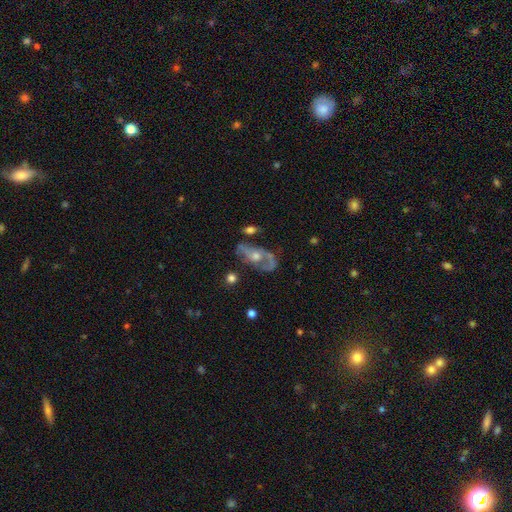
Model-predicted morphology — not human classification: Q: Smooth or featured?
A: featured or disk (76%); runner-up: smooth (16%)
Q: Edge-on disk?
A: no (92%); runner-up: yes (8%)
Q: Bar?
A: no (68%); runner-up: weak (23%)
Q: Spiral arms?
A: yes (70%); runner-up: no (30%)
Q: Bulge size?
A: moderate (63%); runner-up: small (28%)
Q: Merging?
A: none (58%); runner-up: minor disturbance (20%)